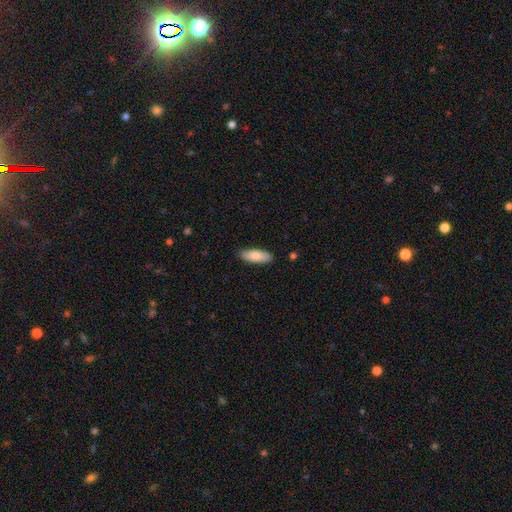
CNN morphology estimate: A smooth galaxy with no disk features (83%) that is in between round and cigar-shaped (69%). Merging: none (87%).